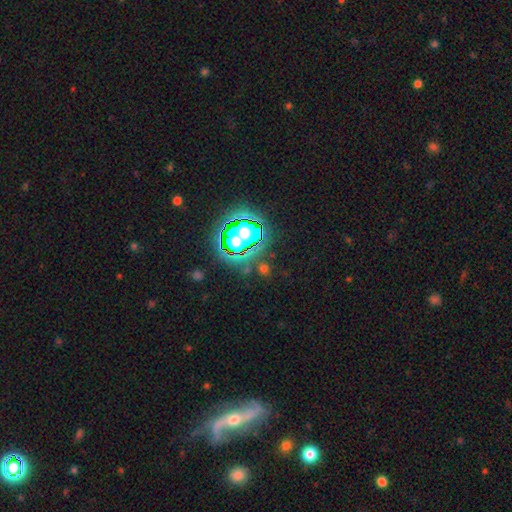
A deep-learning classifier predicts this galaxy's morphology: smooth_or_featured: star or artifact (p=0.76) [alt: smooth p=0.13]